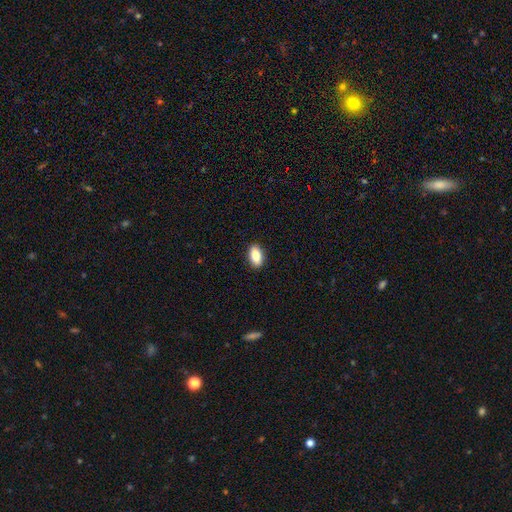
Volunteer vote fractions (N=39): Overall: smooth (77%). How rounded: in between (83%). Merging: none (85%).